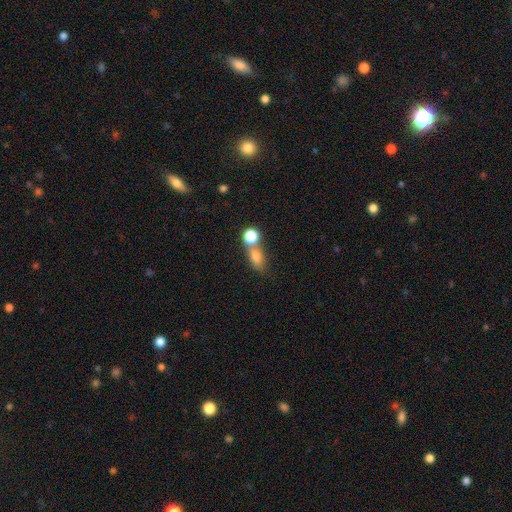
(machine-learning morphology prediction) smooth-or-featured: smooth: 74% | star or artifact: 14% | featured or disk: 13%
  how-rounded: in between: 62% | round: 29% | cigar-shaped: 9%
  merging: none: 43% | merger: 39% | minor disturbance: 11% | major disturbance: 6%